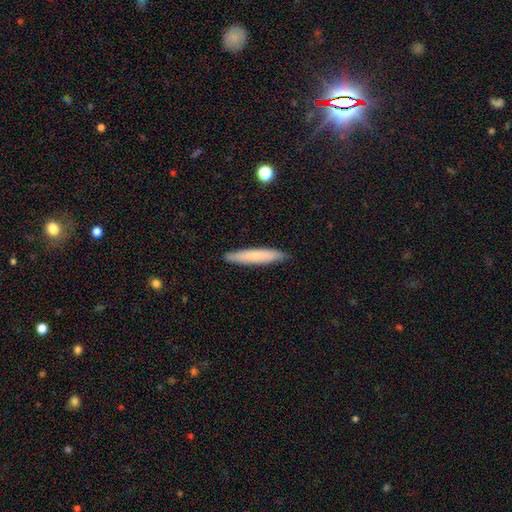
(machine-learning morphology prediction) Smooth or featured?
  - smooth: 74% *
  - featured or disk: 21%
  - star or artifact: 6%
How rounded?
  - cigar-shaped: 92% *
  - in between: 7%
  - round: 1%
Merging?
  - none: 90% *
  - minor disturbance: 8%
  - major disturbance: 1%
  - merger: 1%